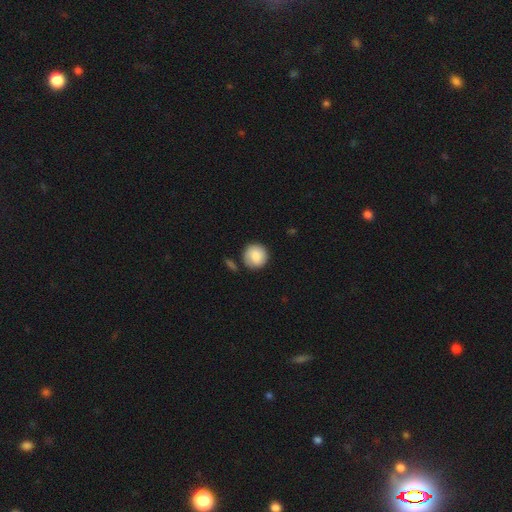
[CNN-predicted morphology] This is clearly a smooth galaxy (85%). How rounded: clearly round (93%). Merging: likely none (77%).